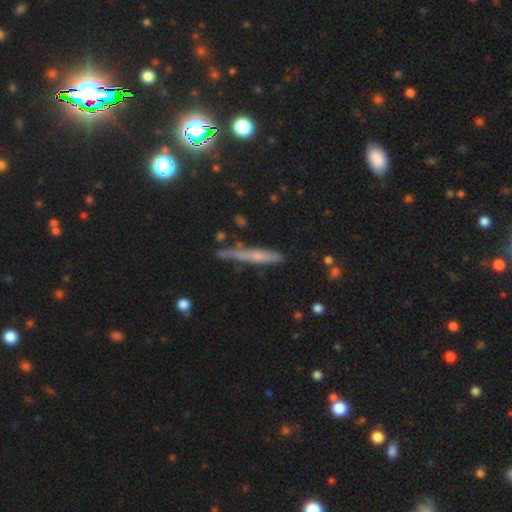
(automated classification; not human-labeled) Smooth or featured? smooth (46%)
Merging? none (70%)